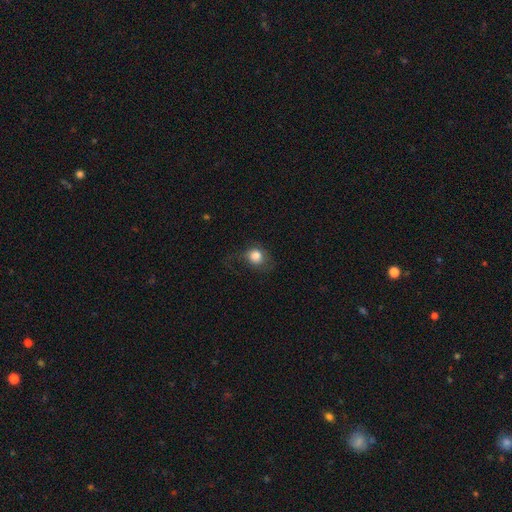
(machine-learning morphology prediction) smooth-or-featured: smooth: 81% | featured or disk: 10% | star or artifact: 9%
  how-rounded: round: 74% | in between: 25% | cigar-shaped: 1%
  merging: none: 54% | minor disturbance: 23% | major disturbance: 22% | merger: 2%